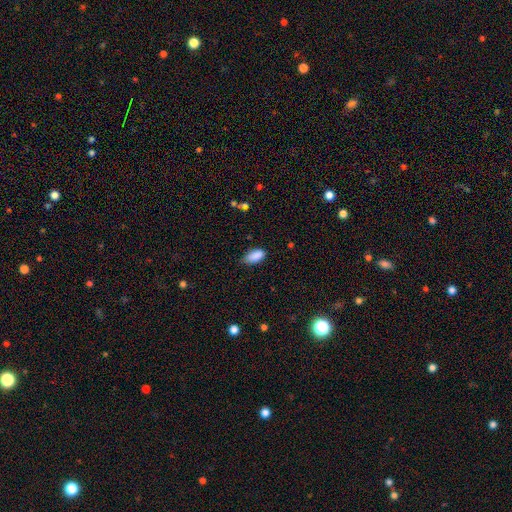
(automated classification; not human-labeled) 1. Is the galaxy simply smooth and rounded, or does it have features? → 88% smooth, 8% star or artifact, 4% featured or disk.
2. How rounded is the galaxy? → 93% in between, 4% cigar-shaped, 4% round.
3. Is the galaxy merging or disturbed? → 60% none, 33% minor disturbance, 5% major disturbance, 2% merger.